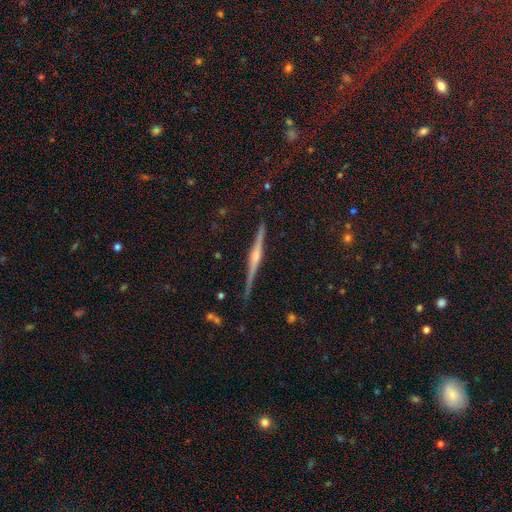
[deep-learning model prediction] smooth_or_featured: featured or disk (p=0.79) [alt: star or artifact p=0.10]
disk_edge_on: yes (p=0.98) [alt: no p=0.02]
edge_on_bulge: rounded (p=0.80) [alt: boxy p=0.11]
merging: none (p=0.89) [alt: minor disturbance p=0.08]